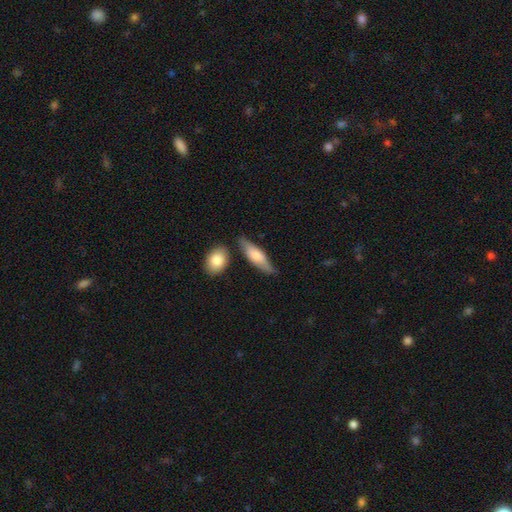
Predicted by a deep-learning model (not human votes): Smooth or featured? Predicted: smooth (p=0.61). How rounded? Predicted: cigar-shaped (p=0.50). Merging? Predicted: none (p=0.69).